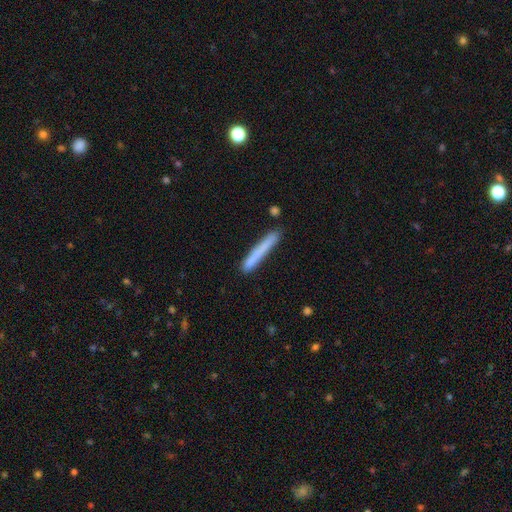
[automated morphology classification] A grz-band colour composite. It shows a smooth galaxy with no disk features (73%) that is cigar-shaped (96%). Merging: none (83%).